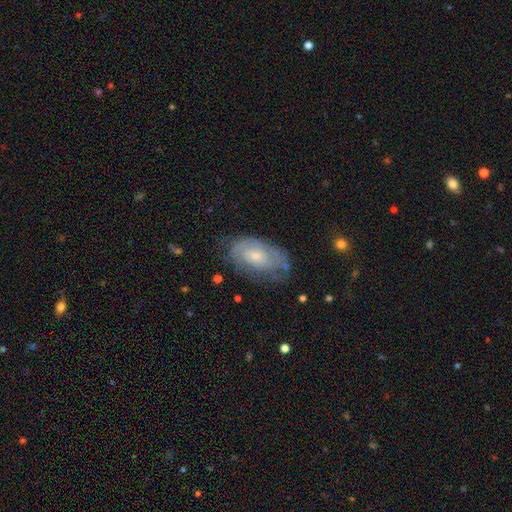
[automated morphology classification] The model was most divided on "smooth or featured": featured or disk: 56%, smooth: 36%, star or artifact: 8%. More confident: edge-on disk — no (93%); bar — no (77%); spiral arms — yes (72%); merging — none (59%); bulge size — small (57%).